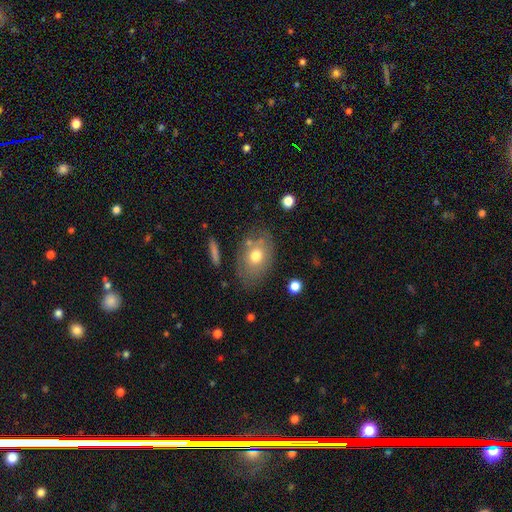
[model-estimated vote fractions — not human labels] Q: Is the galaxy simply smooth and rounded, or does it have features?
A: smooth — 66%.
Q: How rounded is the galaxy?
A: in between — 78%.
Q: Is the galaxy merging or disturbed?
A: none — 69%.